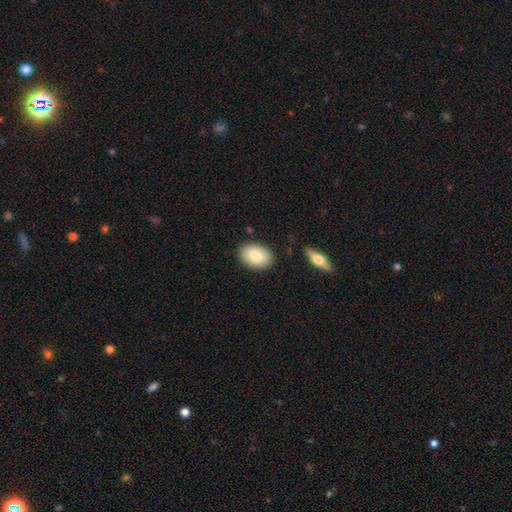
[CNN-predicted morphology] Smooth or featured? smooth (80%)
How rounded? in between (85%)
Merging? none (86%)